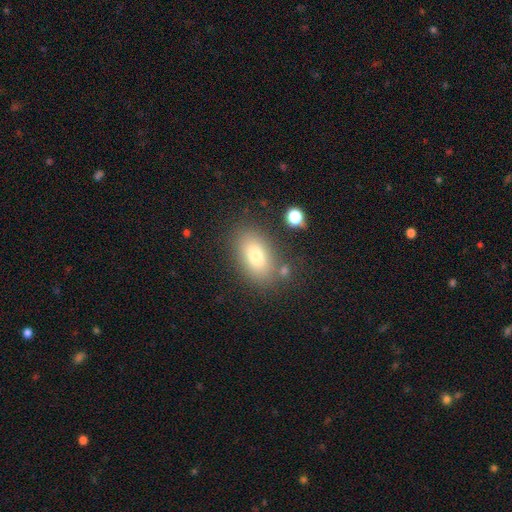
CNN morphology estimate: Q: Smooth or featured?
A: smooth (77%); runner-up: featured or disk (13%)
Q: How rounded?
A: in between (88%); runner-up: round (9%)
Q: Merging?
A: none (78%); runner-up: minor disturbance (12%)